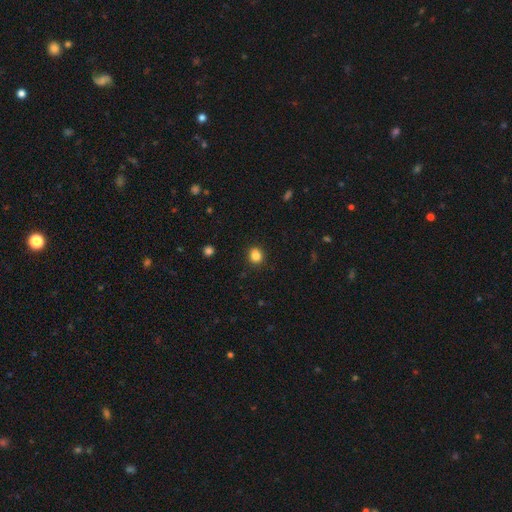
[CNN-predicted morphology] type=smooth (84%); roundness=round (71%); merging=none (88%).